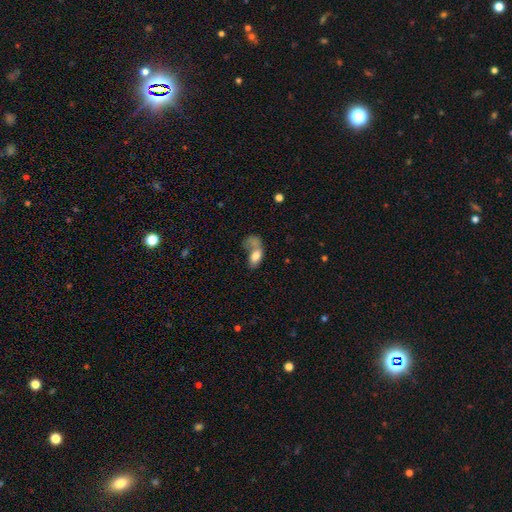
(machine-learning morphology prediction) smooth 70%, featured or disk 22%, star or artifact 8%. Down the decision tree: how rounded — in between (87%); merging — merger (38%).